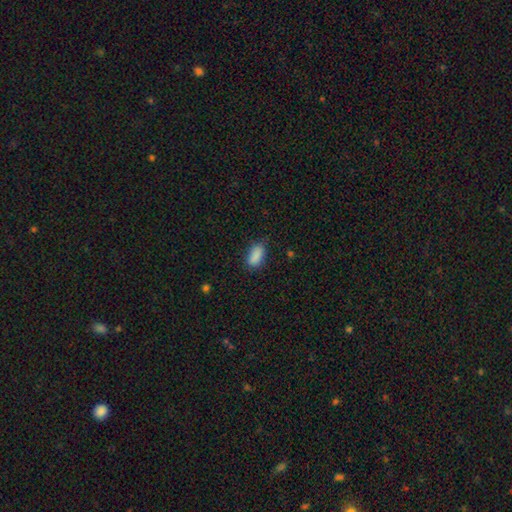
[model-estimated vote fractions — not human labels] Smooth or featured? smooth (88%)
How rounded? in between (88%)
Merging? none (77%)